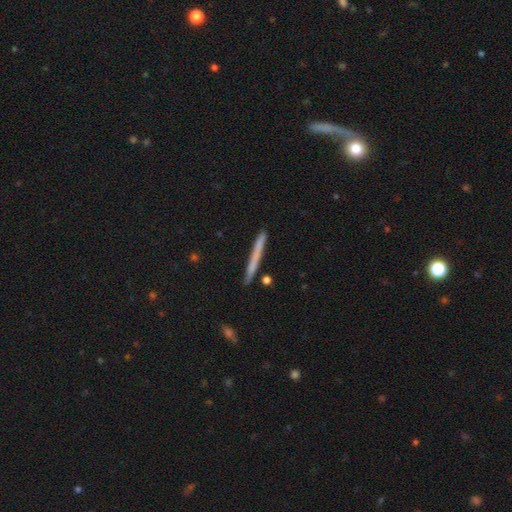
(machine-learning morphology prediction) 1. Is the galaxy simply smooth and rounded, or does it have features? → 64% smooth, 30% featured or disk, 6% star or artifact.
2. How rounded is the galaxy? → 97% cigar-shaped, 2% in between, 1% round.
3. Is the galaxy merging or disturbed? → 86% none, 10% minor disturbance, 3% merger, 2% major disturbance.